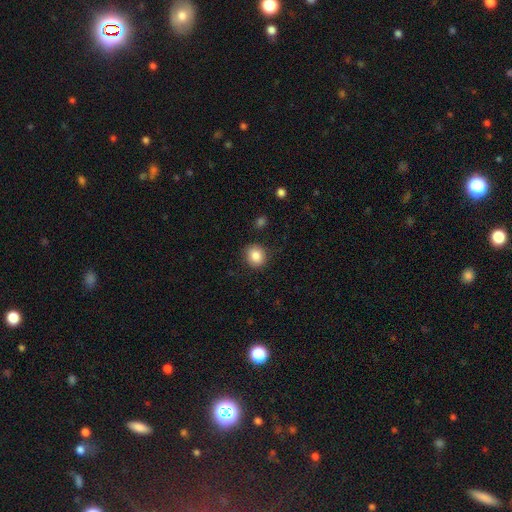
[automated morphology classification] Smooth or featured?
  - smooth: 86% *
  - star or artifact: 9%
  - featured or disk: 5%
How rounded?
  - round: 78% *
  - in between: 21%
  - cigar-shaped: 1%
Merging?
  - none: 86% *
  - minor disturbance: 9%
  - major disturbance: 3%
  - merger: 2%